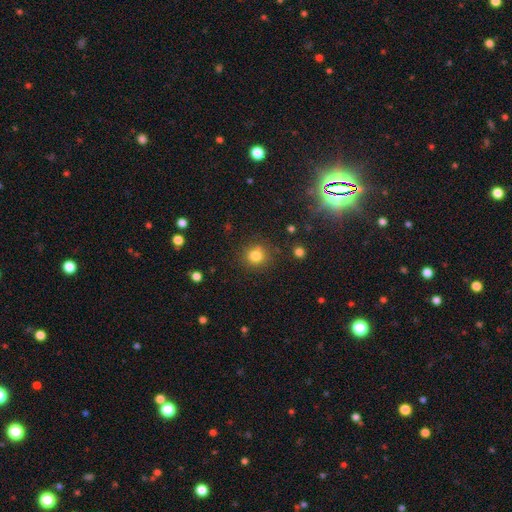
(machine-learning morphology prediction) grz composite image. It shows a smooth galaxy with no disk features (80%) that is round (88%). Merging: none (79%).